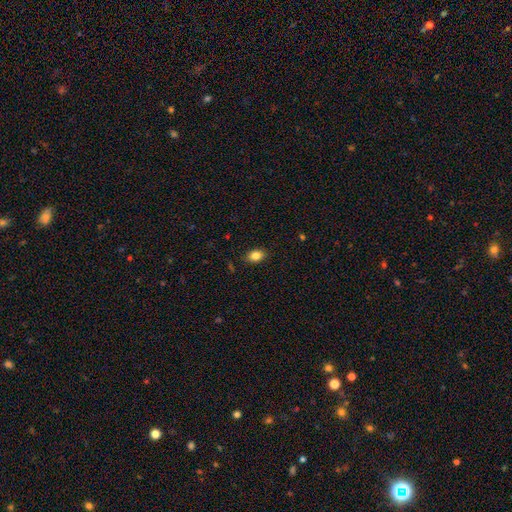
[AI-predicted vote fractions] Q: Smooth or featured?
A: smooth (84%); runner-up: star or artifact (9%)
Q: How rounded?
A: in between (77%); runner-up: round (22%)
Q: Merging?
A: none (87%); runner-up: minor disturbance (10%)